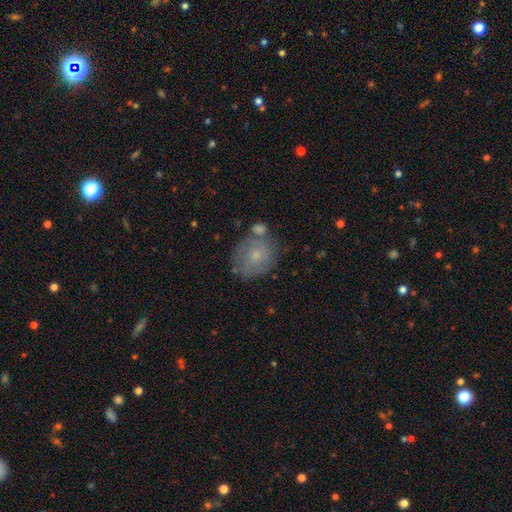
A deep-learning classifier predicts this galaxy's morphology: This appears to be a smooth galaxy with no disk features (59%) that is round (63%). Merging: none (59%).